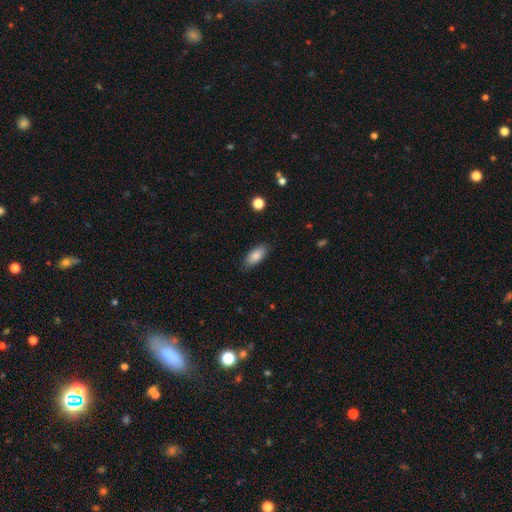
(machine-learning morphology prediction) Overall: smooth (86%). How rounded: in between (86%). Merging: none (85%).